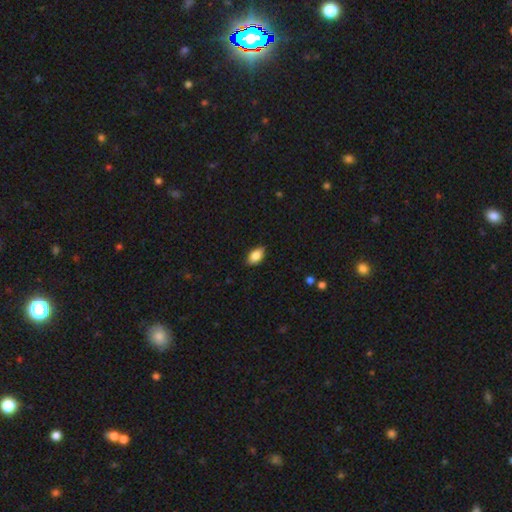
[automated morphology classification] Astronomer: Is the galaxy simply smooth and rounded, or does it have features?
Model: smooth — 84%.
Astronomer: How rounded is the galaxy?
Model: in between — 91%.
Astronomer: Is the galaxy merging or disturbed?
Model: none — 86%.